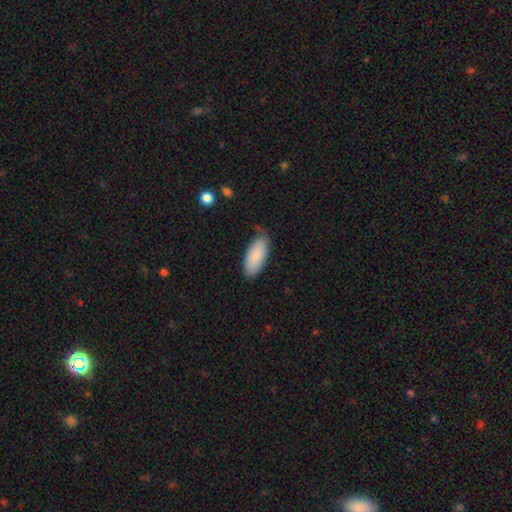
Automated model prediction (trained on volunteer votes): Q: Smooth or featured?
A: smooth (87%); runner-up: featured or disk (7%)
Q: How rounded?
A: in between (86%); runner-up: cigar-shaped (12%)
Q: Merging?
A: none (73%); runner-up: minor disturbance (22%)